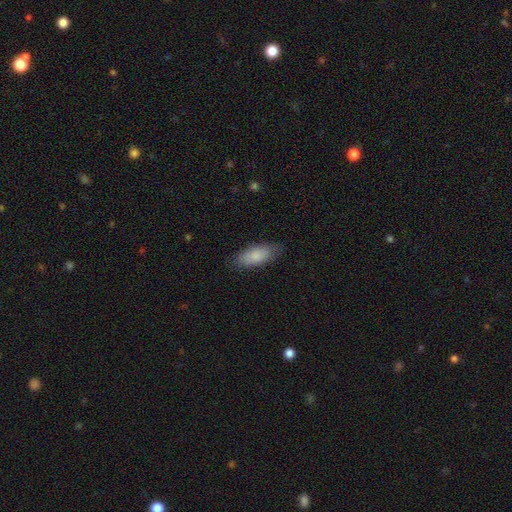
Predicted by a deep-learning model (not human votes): smooth 85%, featured or disk 9%, star or artifact 6%. Down the decision tree: how rounded — in between (77%); merging — none (83%).